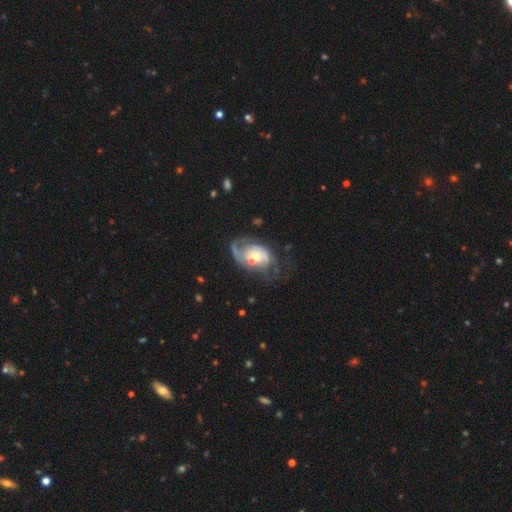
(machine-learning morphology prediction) A featured or disk galaxy (76%) with no bar (69%), 2 (46%) medium (40%) spiral arms (82%) and a moderate central bulge (52%).

Vote fractions:
- Smooth or featured? featured or disk: 76% / smooth: 17% / star or artifact: 6%
- Edge-on disk? no: 97% / yes: 3%
- Bar? no: 69% / weak: 27% / strong: 5%
- Spiral arms? yes: 82% / no: 18%
- Spiral winding? medium: 40% / tight: 34% / loose: 26%
- Spiral arm count? 2: 46% / can't tell: 23% / 1: 22% / 3: 4% / 4: 2% / more than 4: 2%
- Bulge size? moderate: 52% / small: 35% / large: 9% / none: 3% / dominant: 2%
- Merging? none: 40% / major disturbance: 28% / minor disturbance: 22% / merger: 10%